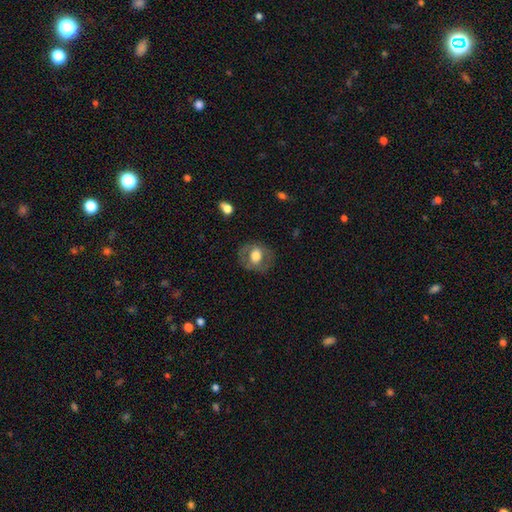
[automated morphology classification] A smooth galaxy with no disk features (52%) that is round (61%).

Vote fractions:
- Smooth or featured? smooth: 52% / featured or disk: 41% / star or artifact: 8%
- How rounded? round: 61% / in between: 38% / cigar-shaped: 1%
- Merging? none: 75% / minor disturbance: 15% / major disturbance: 8% / merger: 1%